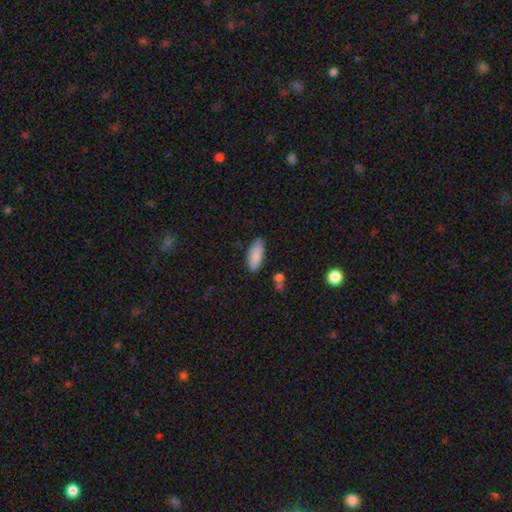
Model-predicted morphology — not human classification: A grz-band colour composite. It shows a smooth galaxy with no disk features (88%) that is in between round and cigar-shaped (76%). Merging: none (79%).